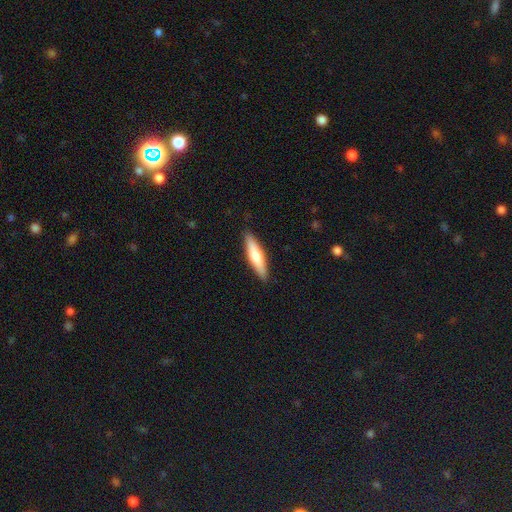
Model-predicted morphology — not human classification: type=smooth (66%); roundness=cigar-shaped (79%); merging=none (90%).